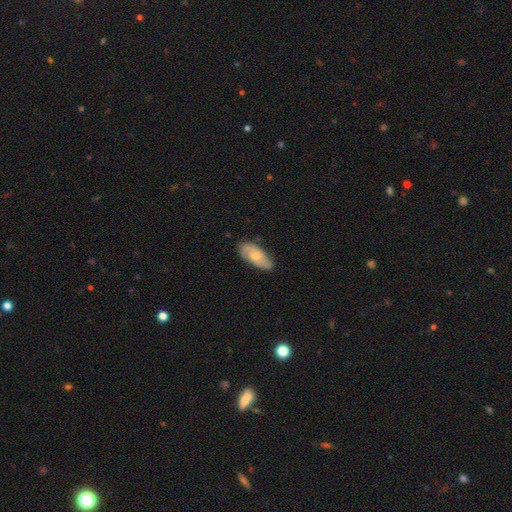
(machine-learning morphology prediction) type=featured or disk (47%, tied with smooth); merging=none (77%).